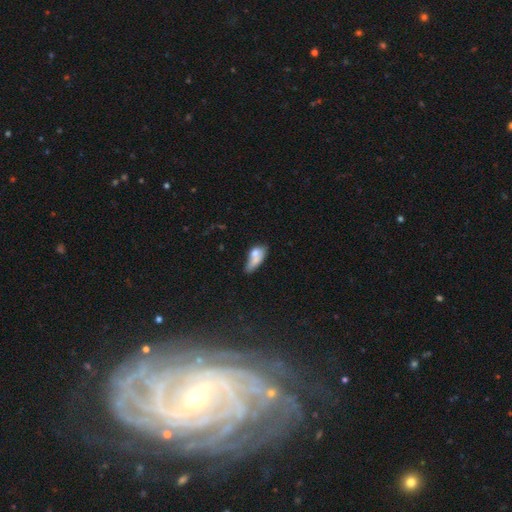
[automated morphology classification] smooth-or-featured: smooth: 65% | featured or disk: 26% | star or artifact: 9%
  how-rounded: in between: 72% | cigar-shaped: 20% | round: 8%
  merging: merger: 37% | none: 25% | minor disturbance: 22% | major disturbance: 17%